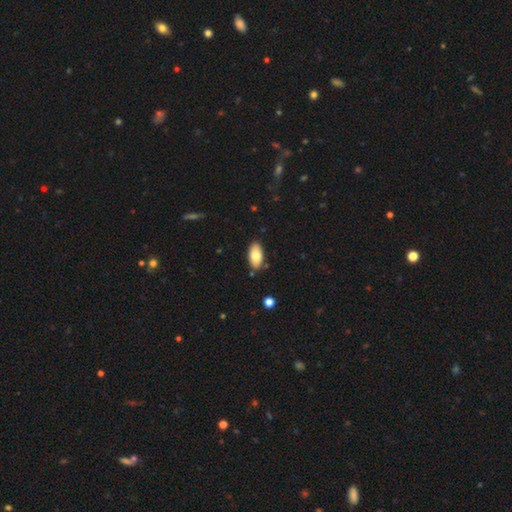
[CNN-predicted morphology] smooth 79%, featured or disk 14%, star or artifact 7%. Down the decision tree: how rounded — in between (93%); merging — none (85%).